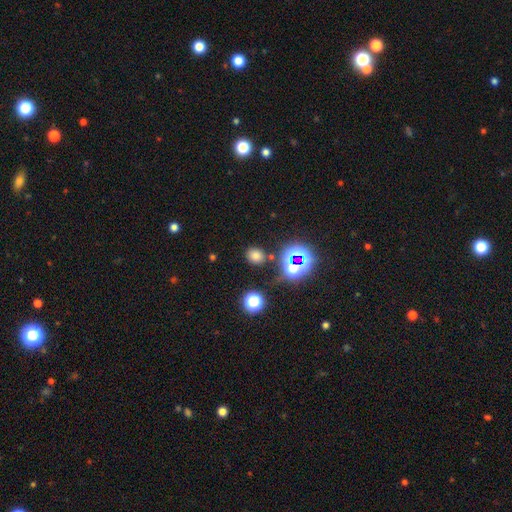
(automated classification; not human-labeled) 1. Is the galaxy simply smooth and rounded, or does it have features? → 68% smooth, 25% star or artifact, 7% featured or disk.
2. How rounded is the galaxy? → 68% round, 30% in between, 1% cigar-shaped.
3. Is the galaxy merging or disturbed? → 83% none, 9% minor disturbance, 4% merger, 3% major disturbance.